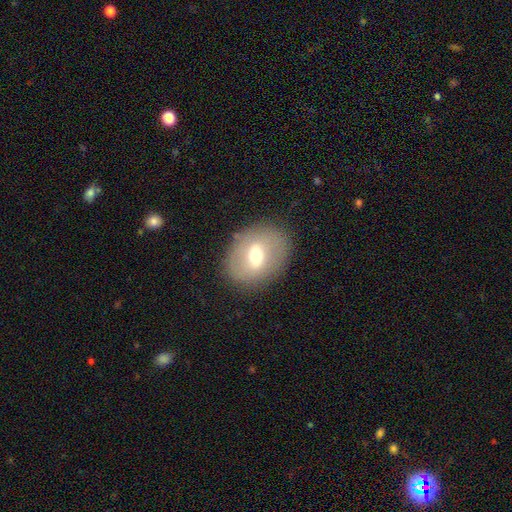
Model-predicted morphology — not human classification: Smooth or featured? smooth (49%)
Merging? none (83%)